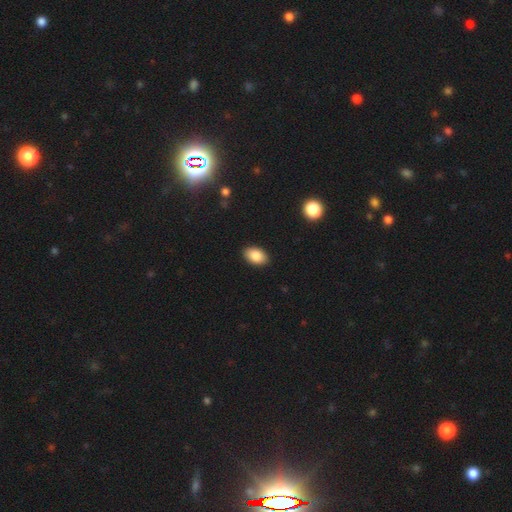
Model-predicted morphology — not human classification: This is clearly a smooth galaxy (87%). How rounded: clearly in between (90%). Merging: clearly none (90%).